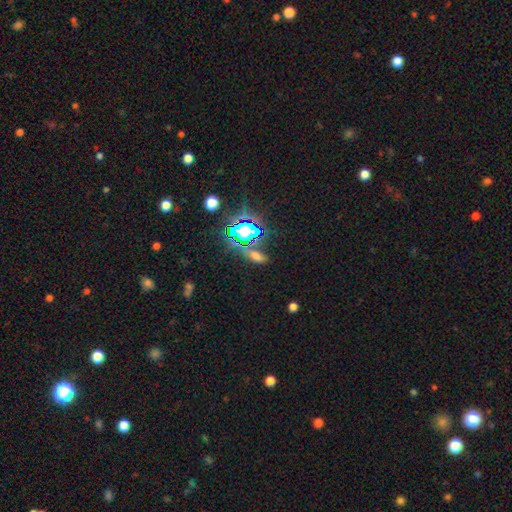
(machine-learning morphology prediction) A smooth galaxy with no disk features (48%). Merging: none (71%).